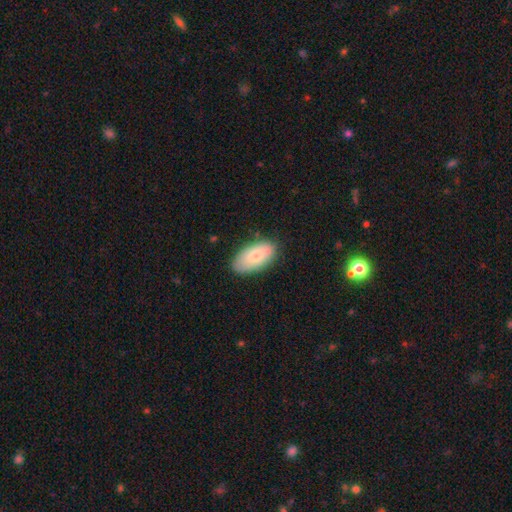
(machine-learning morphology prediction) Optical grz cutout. It shows a smooth galaxy with no disk features (77%) that is in between round and cigar-shaped (94%). Merging: none (80%).